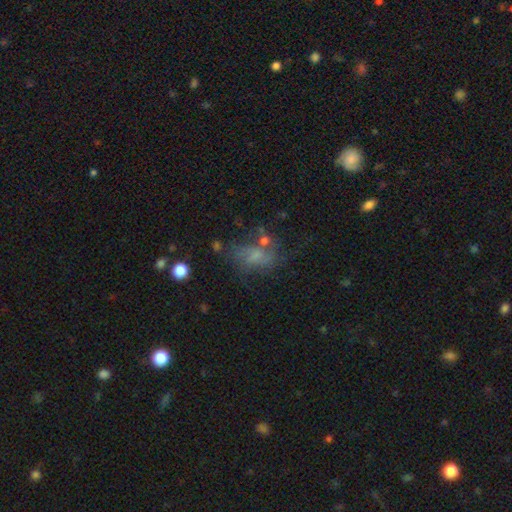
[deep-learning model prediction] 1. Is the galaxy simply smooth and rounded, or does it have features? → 43% smooth, 38% featured or disk, 19% star or artifact.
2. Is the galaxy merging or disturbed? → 43% none, 25% major disturbance, 22% minor disturbance, 11% merger.